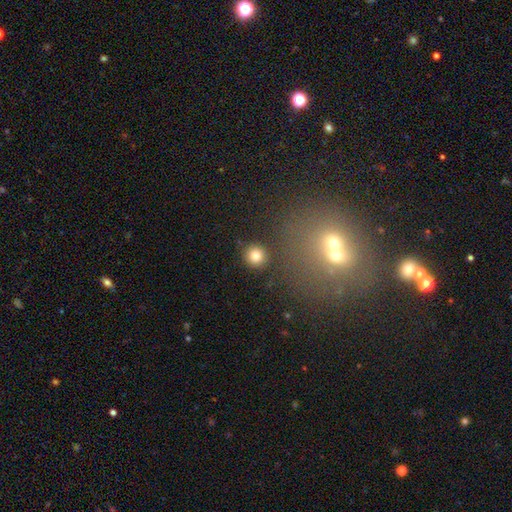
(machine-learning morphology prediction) Q: Smooth or featured?
A: smooth (81%); runner-up: star or artifact (12%)
Q: How rounded?
A: round (93%); runner-up: in between (6%)
Q: Merging?
A: none (89%); runner-up: minor disturbance (6%)